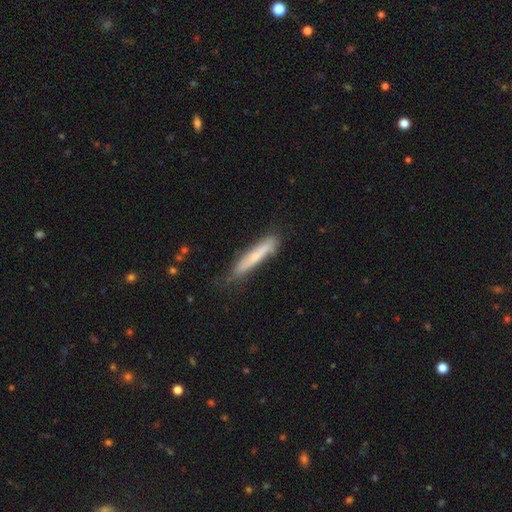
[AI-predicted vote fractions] This is possibly a smooth galaxy (57%). How rounded: clearly cigar-shaped (92%). Merging: likely none (70%).